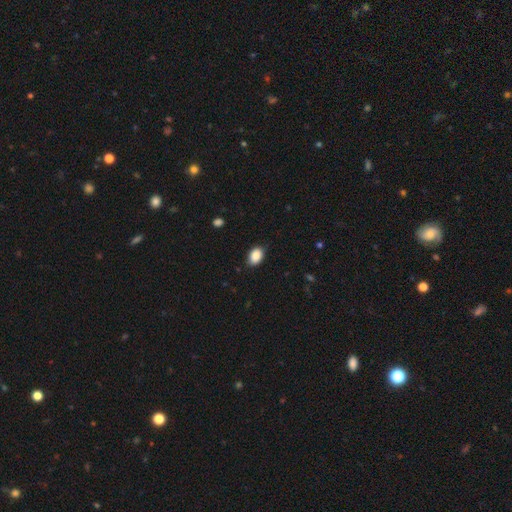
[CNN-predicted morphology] Smooth or featured: smooth — 89% (star or artifact — 7%)
How rounded: in between — 85% (round — 14%)
Merging: none — 86% (minor disturbance — 11%)